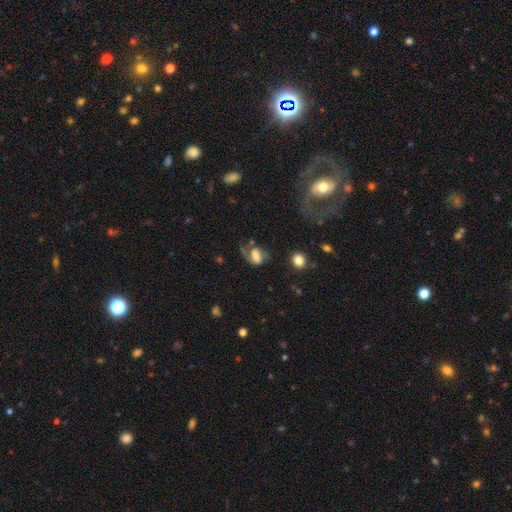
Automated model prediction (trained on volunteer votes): This is possibly a featured or disk galaxy (50%). Merging: marginally none (39%).